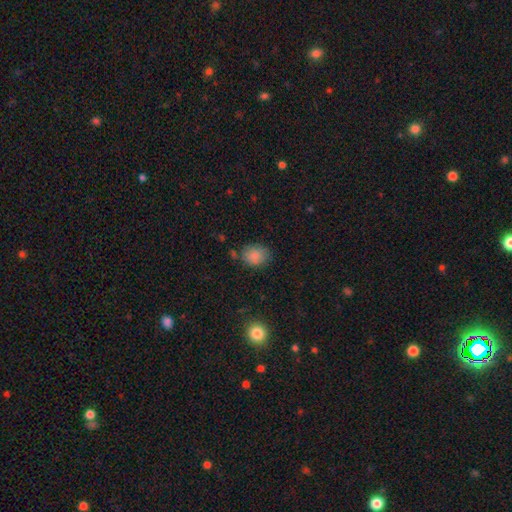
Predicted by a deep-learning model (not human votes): smooth-or-featured: smooth: 85% | star or artifact: 10% | featured or disk: 5%
  how-rounded: round: 52% | in between: 47% | cigar-shaped: 1%
  merging: none: 72% | minor disturbance: 18% | merger: 5% | major disturbance: 5%